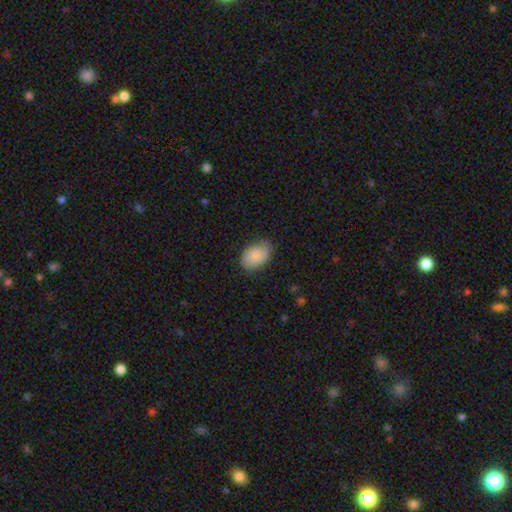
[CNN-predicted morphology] Smooth or featured: smooth — 81% (featured or disk — 13%)
How rounded: in between — 86% (round — 13%)
Merging: none — 70% (minor disturbance — 24%)